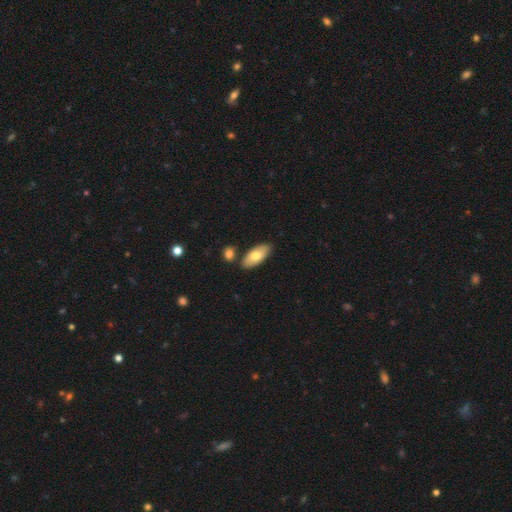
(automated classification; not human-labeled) Smooth or featured?
  - smooth: 73% *
  - featured or disk: 21%
  - star or artifact: 6%
How rounded?
  - in between: 89% *
  - cigar-shaped: 8%
  - round: 2%
Merging?
  - none: 81% *
  - minor disturbance: 10%
  - merger: 7%
  - major disturbance: 2%